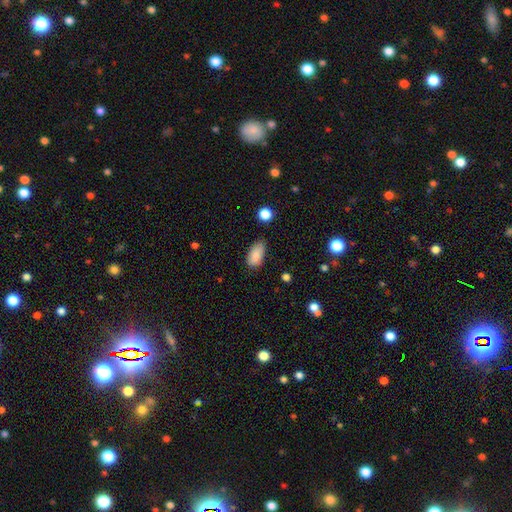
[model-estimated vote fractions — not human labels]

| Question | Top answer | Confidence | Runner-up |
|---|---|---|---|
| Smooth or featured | smooth | 87% | star or artifact (8%) |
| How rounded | in between | 91% | cigar-shaped (5%) |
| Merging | none | 66% | minor disturbance (27%) |